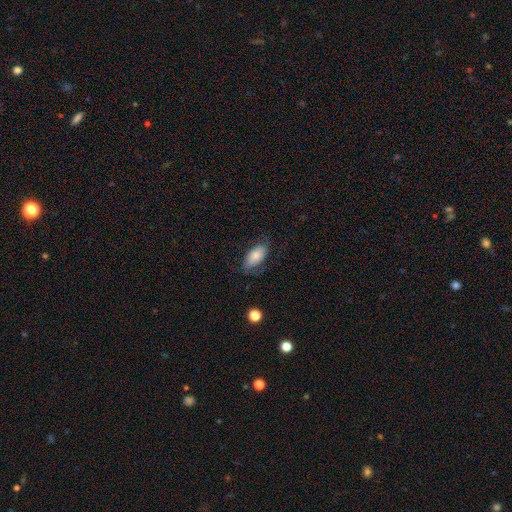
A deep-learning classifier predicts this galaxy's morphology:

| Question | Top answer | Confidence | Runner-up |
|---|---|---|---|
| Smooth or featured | smooth | 76% | featured or disk (16%) |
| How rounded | in between | 93% | round (4%) |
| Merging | none | 70% | minor disturbance (21%) |